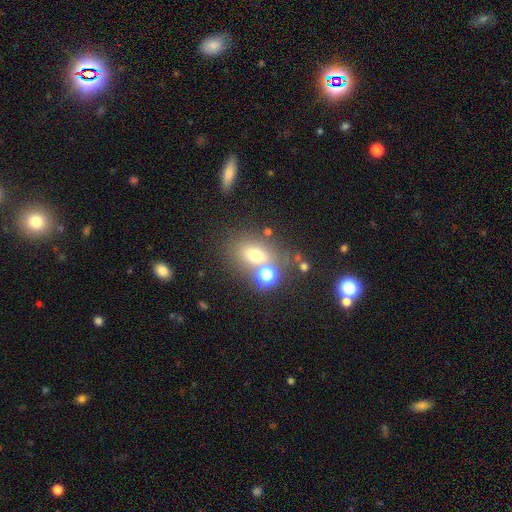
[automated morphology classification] smooth-or-featured: smooth: 66% | star or artifact: 19% | featured or disk: 15%
  how-rounded: in between: 64% | round: 34% | cigar-shaped: 2%
  merging: none: 58% | merger: 21% | minor disturbance: 13% | major disturbance: 7%